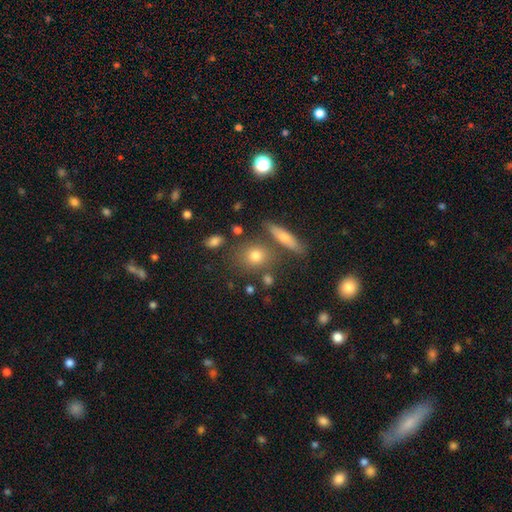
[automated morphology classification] A smooth galaxy with no disk features (72%) that is round (65%). Merging: none (71%).